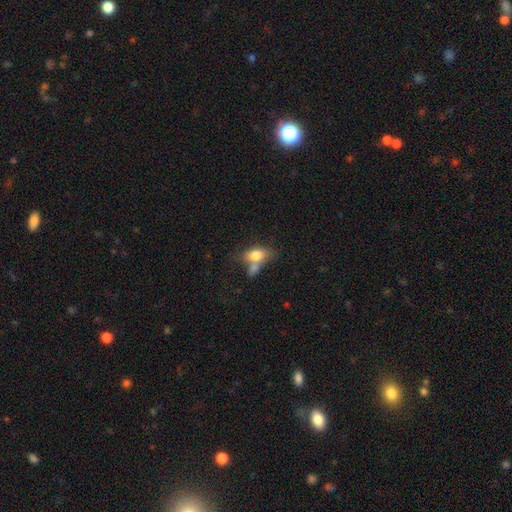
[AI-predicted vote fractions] The model was most divided on "merging": merger: 40%, none: 36%, minor disturbance: 16%, major disturbance: 9%. More confident: how rounded — in between (84%); smooth or featured — smooth (75%).